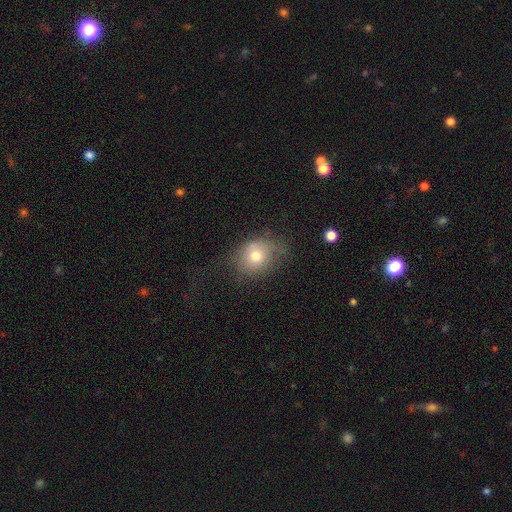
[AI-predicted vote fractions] Smooth or featured? smooth (70%)
How rounded? round (59%)
Merging? none (51%)